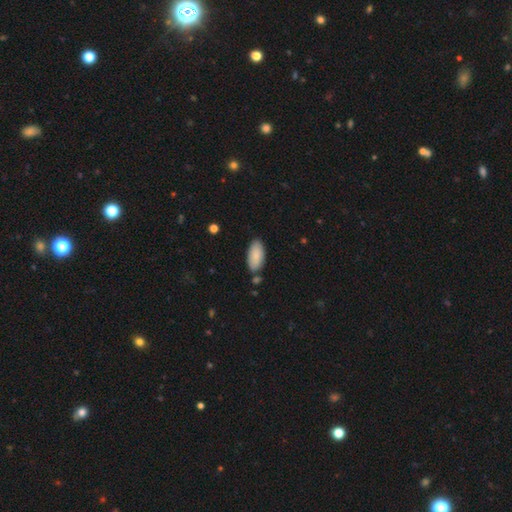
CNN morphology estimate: smooth-or-featured: smooth: 87% | featured or disk: 7% | star or artifact: 6%
  how-rounded: in between: 92% | cigar-shaped: 7% | round: 2%
  merging: none: 79% | minor disturbance: 14% | merger: 4% | major disturbance: 3%